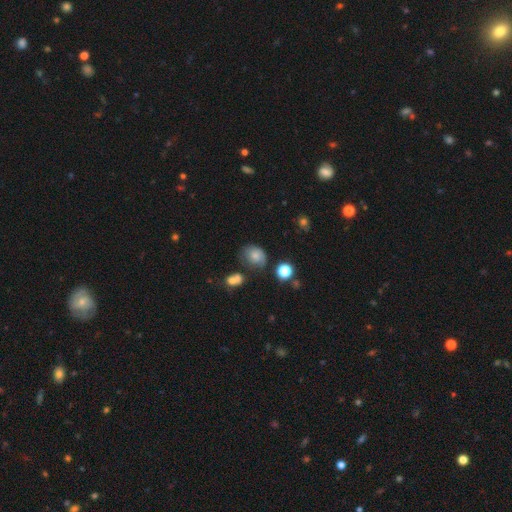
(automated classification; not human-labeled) Smooth or featured? smooth (58%)
How rounded? round (51%)
Merging? none (51%)